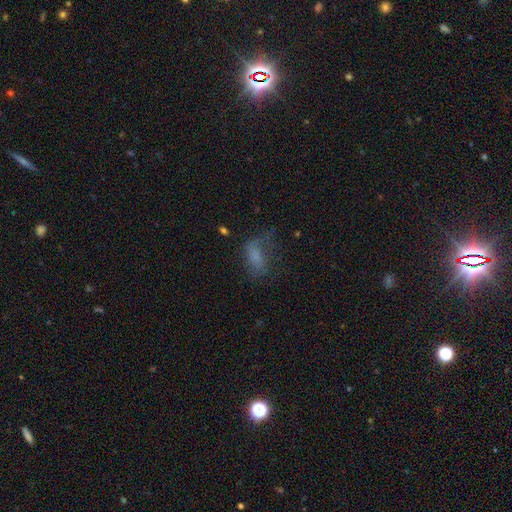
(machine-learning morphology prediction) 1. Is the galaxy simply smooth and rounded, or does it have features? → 60% smooth, 24% featured or disk, 16% star or artifact.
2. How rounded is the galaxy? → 83% in between, 10% cigar-shaped, 6% round.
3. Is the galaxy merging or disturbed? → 38% none, 34% major disturbance, 25% minor disturbance, 3% merger.